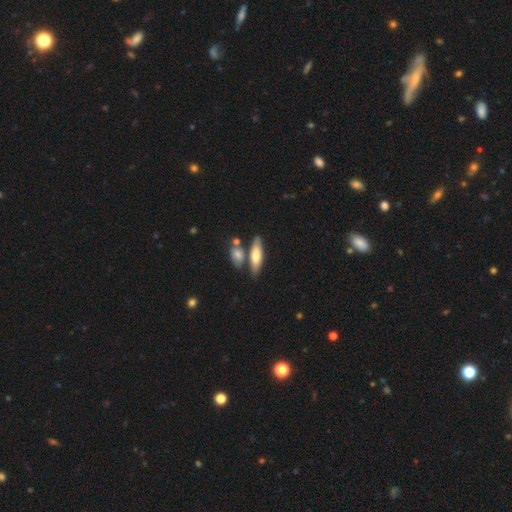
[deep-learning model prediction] This appears to be a smooth galaxy with no disk features (67%) that is cigar-shaped (53%). Merging: none (65%).